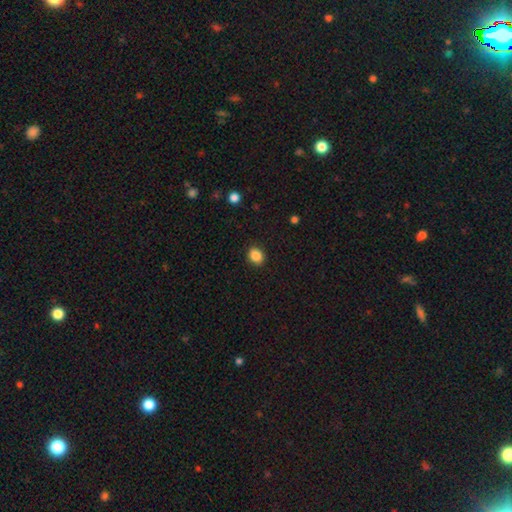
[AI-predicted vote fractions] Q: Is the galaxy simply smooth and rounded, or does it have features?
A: smooth — 87%.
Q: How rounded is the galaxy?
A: round — 56%.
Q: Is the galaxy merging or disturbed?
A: none — 90%.